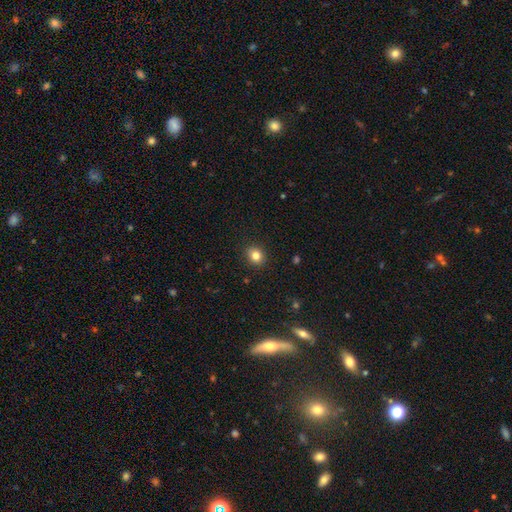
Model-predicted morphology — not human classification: This is clearly a smooth galaxy (82%). How rounded: likely round (76%). Merging: clearly none (89%).